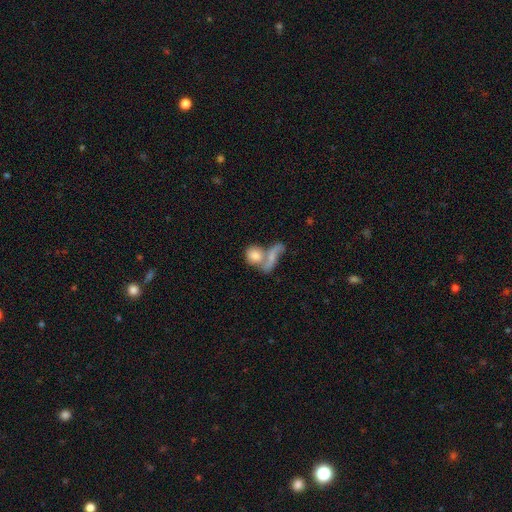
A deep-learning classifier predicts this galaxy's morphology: Smooth or featured? smooth (72%)
How rounded? round (57%)
Merging? merger (56%)